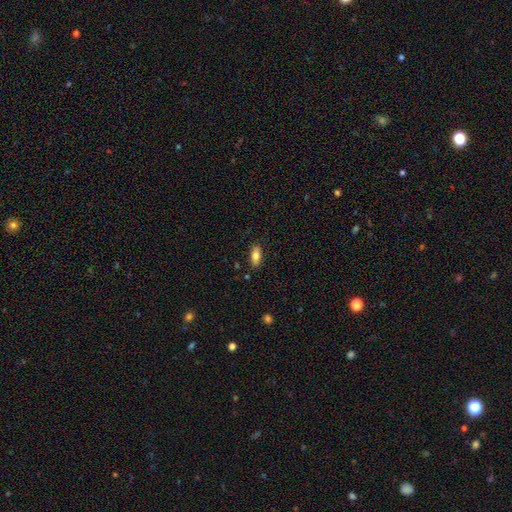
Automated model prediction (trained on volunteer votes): Smooth or featured? smooth (76%)
How rounded? in between (81%)
Merging? none (87%)